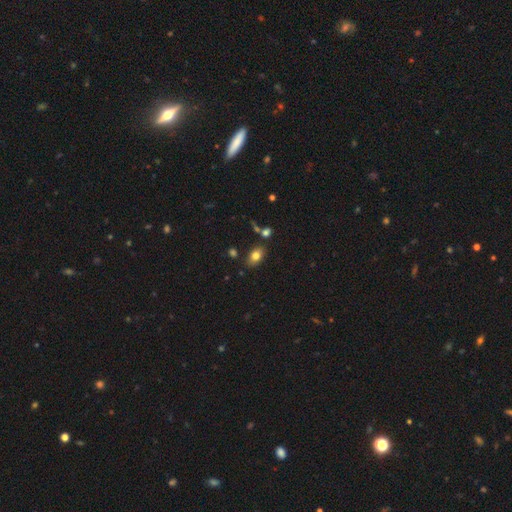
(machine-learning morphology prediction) Smooth or featured? smooth (79%)
How rounded? in between (85%)
Merging? none (78%)